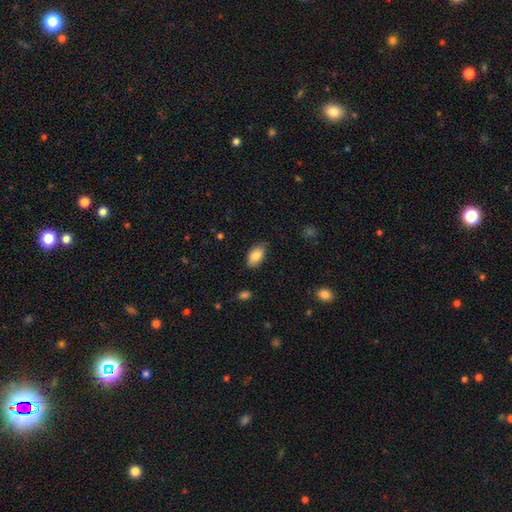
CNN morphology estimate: This appears to be a smooth galaxy with no disk features (84%) that is in between round and cigar-shaped (94%). Merging: none (79%).